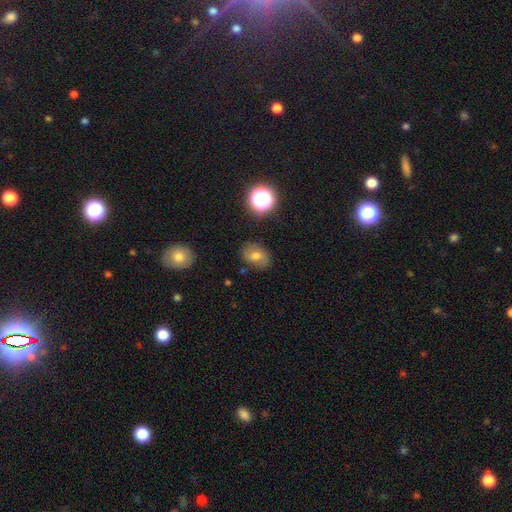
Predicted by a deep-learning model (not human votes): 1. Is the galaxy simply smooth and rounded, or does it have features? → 63% smooth, 22% featured or disk, 14% star or artifact.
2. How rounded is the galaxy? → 67% in between, 32% round, 1% cigar-shaped.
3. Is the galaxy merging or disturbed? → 79% none, 15% minor disturbance, 4% major disturbance, 2% merger.